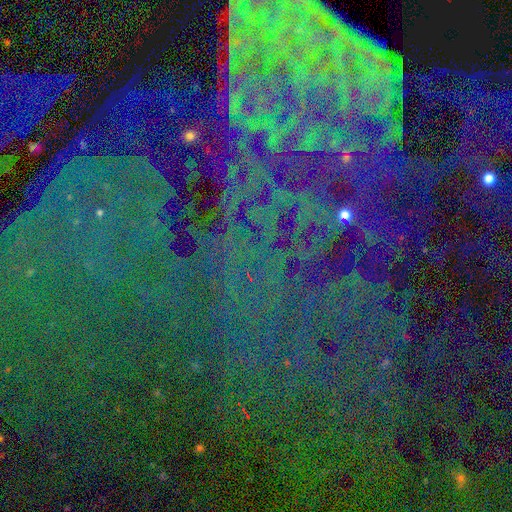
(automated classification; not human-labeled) Overall: star or artifact (84%).